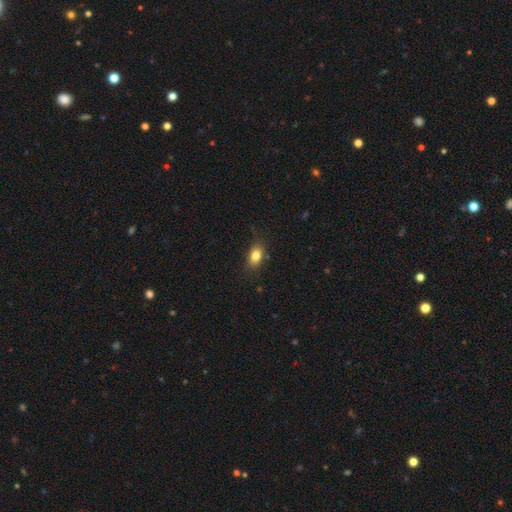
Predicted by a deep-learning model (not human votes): smooth-or-featured: smooth: 82% | star or artifact: 9% | featured or disk: 9%
  how-rounded: in between: 82% | round: 15% | cigar-shaped: 3%
  merging: none: 79% | minor disturbance: 16% | major disturbance: 4% | merger: 2%